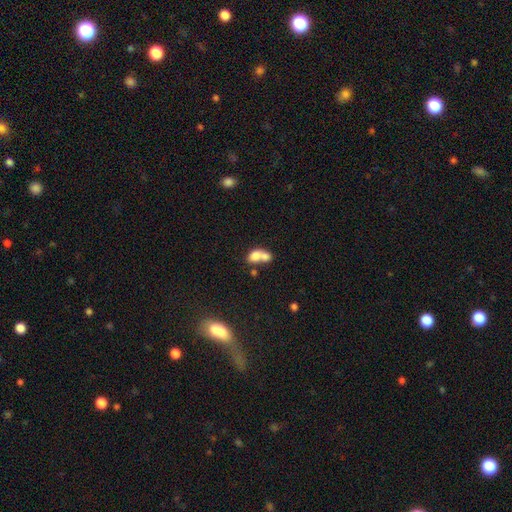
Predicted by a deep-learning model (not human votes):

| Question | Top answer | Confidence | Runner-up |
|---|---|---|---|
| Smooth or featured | smooth | 72% | featured or disk (19%) |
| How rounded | in between | 71% | round (27%) |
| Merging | merger | 71% | none (18%) |